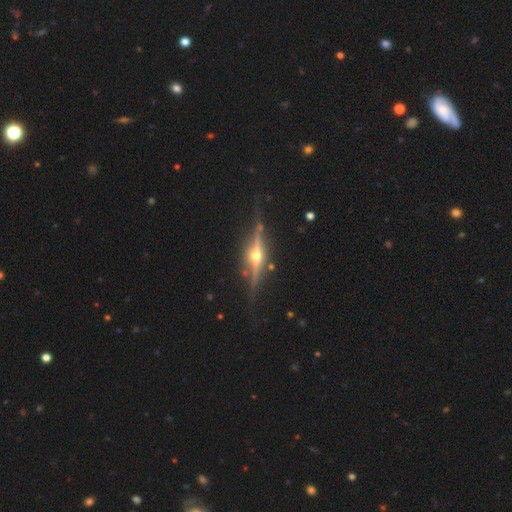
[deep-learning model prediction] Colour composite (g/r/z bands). It shows a featured or disk galaxy (87%) viewed edge-on (97%) with a rounded central bulge (96%). Merging: none (85%).